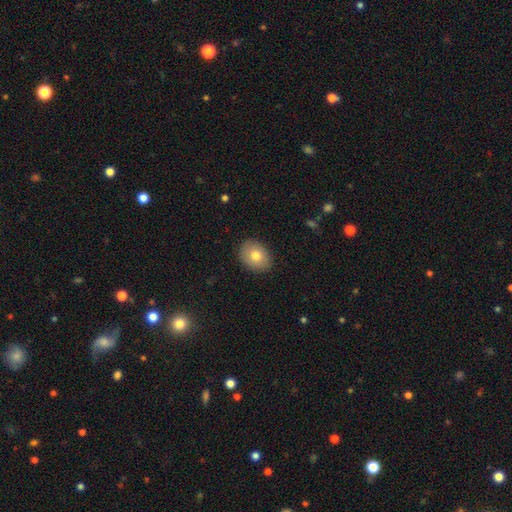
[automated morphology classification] Smooth or featured? smooth (78%)
How rounded? in between (64%)
Merging? none (88%)